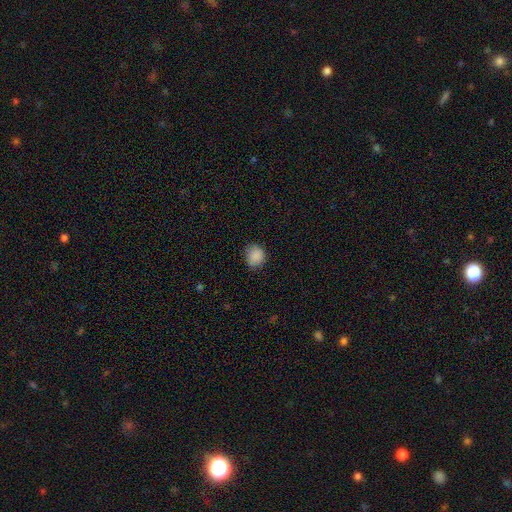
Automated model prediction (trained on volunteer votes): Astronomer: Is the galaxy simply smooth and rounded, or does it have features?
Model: smooth — 88%.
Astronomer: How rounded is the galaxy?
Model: round — 75%.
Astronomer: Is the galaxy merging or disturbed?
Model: none — 79%.